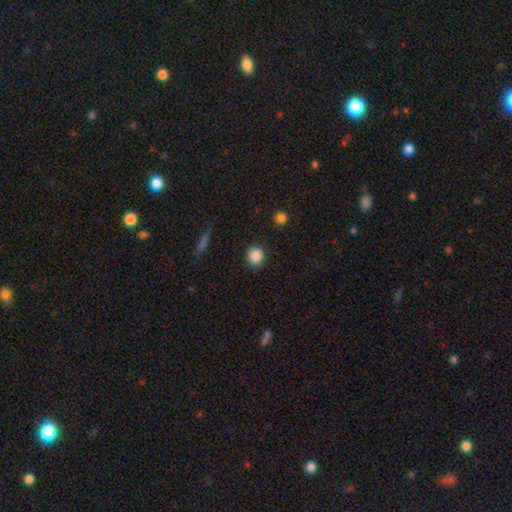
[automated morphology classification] Q: Smooth or featured?
A: smooth (87%); runner-up: star or artifact (9%)
Q: How rounded?
A: round (84%); runner-up: in between (15%)
Q: Merging?
A: none (90%); runner-up: minor disturbance (7%)